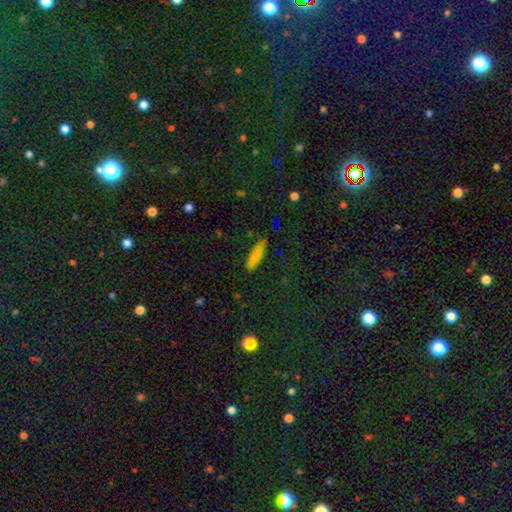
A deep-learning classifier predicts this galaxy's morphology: Smooth or featured? smooth (79%)
How rounded? cigar-shaped (60%)
Merging? none (81%)